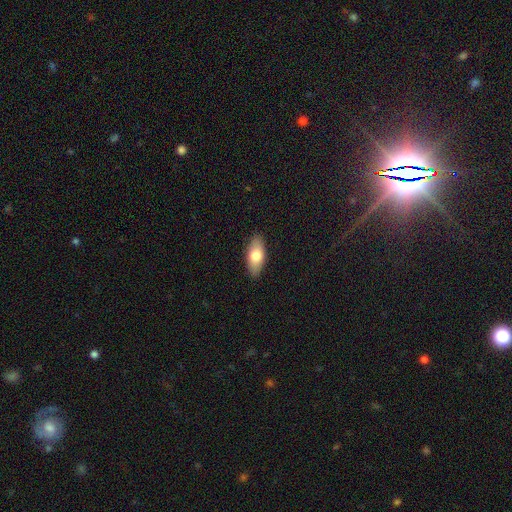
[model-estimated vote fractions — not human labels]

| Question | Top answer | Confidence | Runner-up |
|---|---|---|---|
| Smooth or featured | smooth | 75% | featured or disk (19%) |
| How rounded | in between | 86% | cigar-shaped (11%) |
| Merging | none | 88% | minor disturbance (9%) |